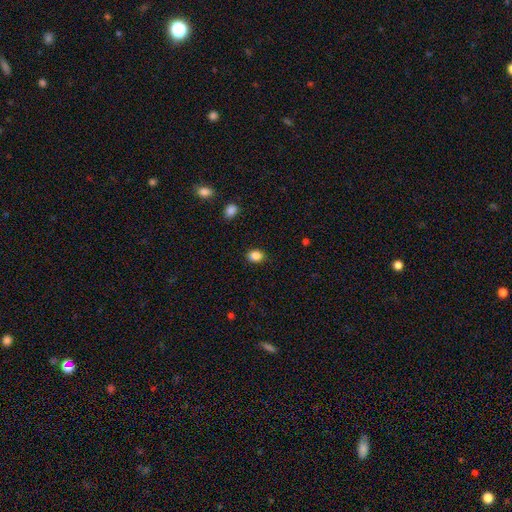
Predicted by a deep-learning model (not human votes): Q: Smooth or featured?
A: smooth (87%); runner-up: star or artifact (10%)
Q: How rounded?
A: in between (64%); runner-up: round (35%)
Q: Merging?
A: none (88%); runner-up: minor disturbance (9%)